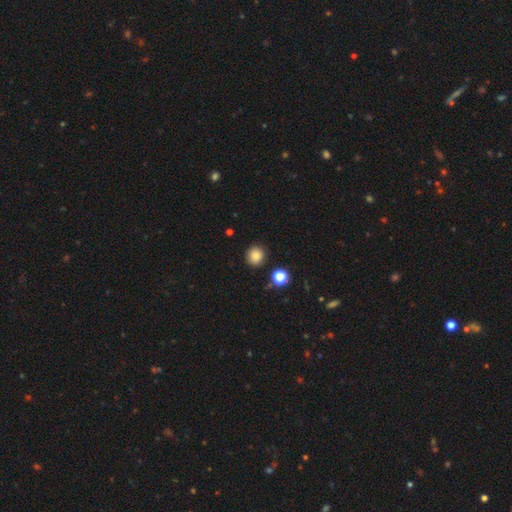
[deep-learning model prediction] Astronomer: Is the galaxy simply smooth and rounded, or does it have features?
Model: smooth — 84%.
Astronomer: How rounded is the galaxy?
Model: round — 91%.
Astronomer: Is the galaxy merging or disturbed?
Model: none — 89%.